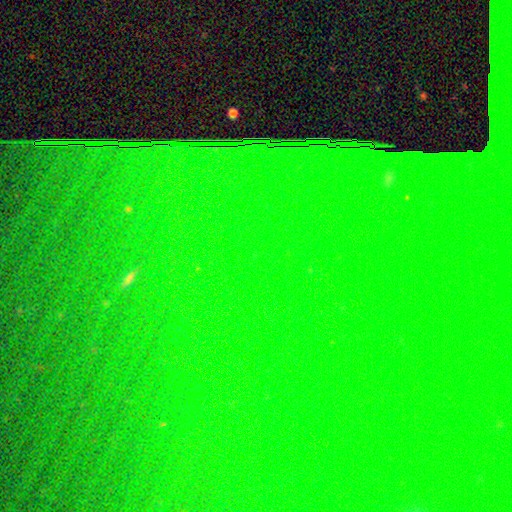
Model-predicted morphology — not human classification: type=star or artifact (86%).